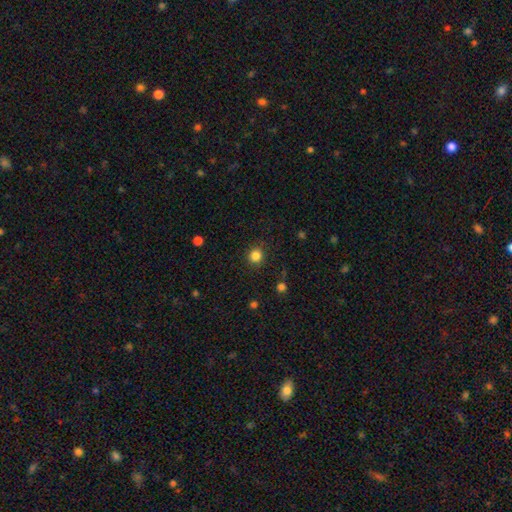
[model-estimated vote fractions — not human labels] A smooth galaxy with no disk features (84%) that is round (92%). Merging: none (90%).